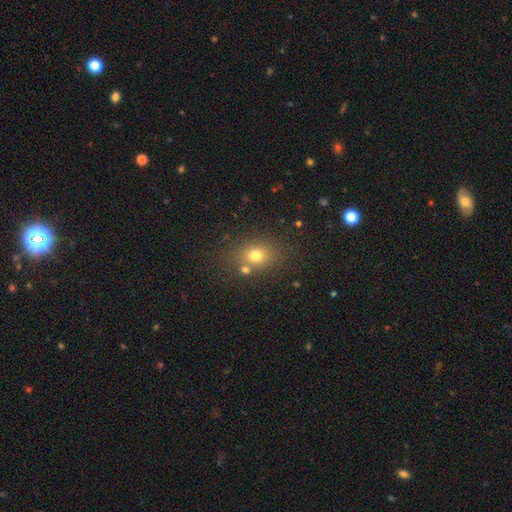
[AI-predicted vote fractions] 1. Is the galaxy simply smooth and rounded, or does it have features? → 73% smooth, 16% star or artifact, 11% featured or disk.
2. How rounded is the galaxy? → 53% round, 46% in between, 1% cigar-shaped.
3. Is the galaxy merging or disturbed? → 73% none, 12% minor disturbance, 11% merger, 4% major disturbance.